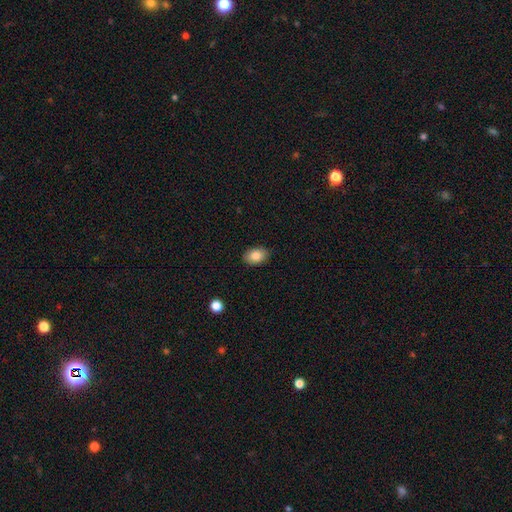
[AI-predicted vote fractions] Smooth or featured? smooth (85%)
How rounded? in between (85%)
Merging? none (87%)